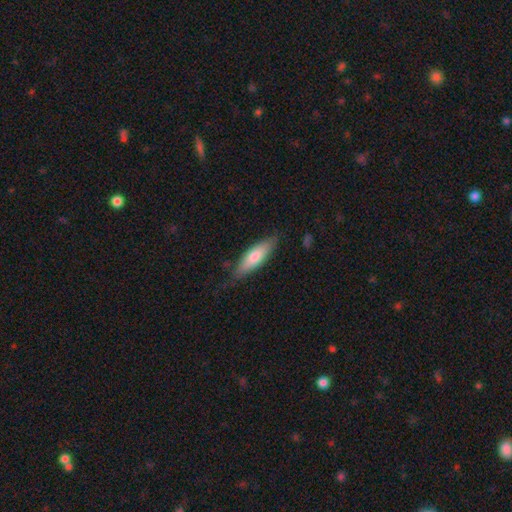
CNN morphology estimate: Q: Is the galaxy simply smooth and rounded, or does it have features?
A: smooth — 71%.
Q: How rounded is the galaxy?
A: cigar-shaped — 53%.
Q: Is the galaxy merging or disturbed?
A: none — 75%.